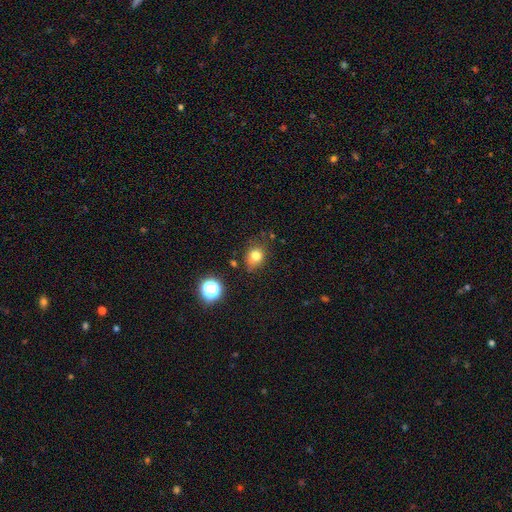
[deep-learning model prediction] This appears to be a smooth galaxy with no disk features (78%) that is round (61%). Merging: none (64%).